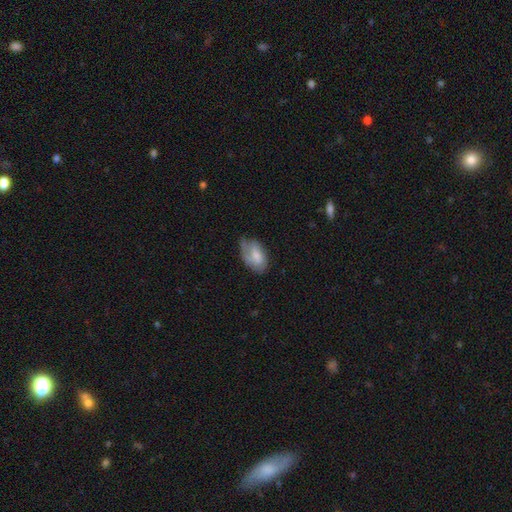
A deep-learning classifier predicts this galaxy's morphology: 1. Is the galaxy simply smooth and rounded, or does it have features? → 61% smooth, 32% featured or disk, 7% star or artifact.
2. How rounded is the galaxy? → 92% in between, 6% round, 2% cigar-shaped.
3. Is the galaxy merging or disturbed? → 47% none, 37% minor disturbance, 14% major disturbance, 2% merger.